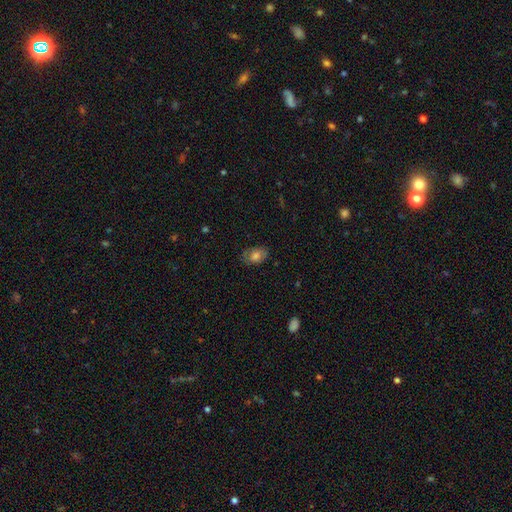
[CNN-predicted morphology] This is likely a smooth galaxy (71%). How rounded: clearly in between (84%). Merging: likely none (74%).